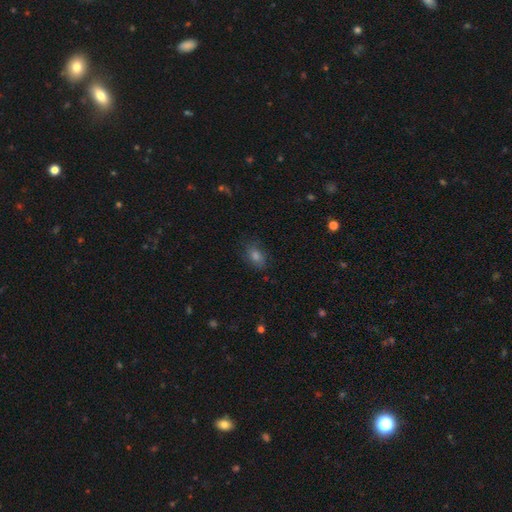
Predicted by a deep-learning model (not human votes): smooth-or-featured: smooth: 67% | star or artifact: 22% | featured or disk: 11%
  how-rounded: in between: 72% | round: 26% | cigar-shaped: 2%
  merging: none: 80% | minor disturbance: 14% | major disturbance: 4% | merger: 1%